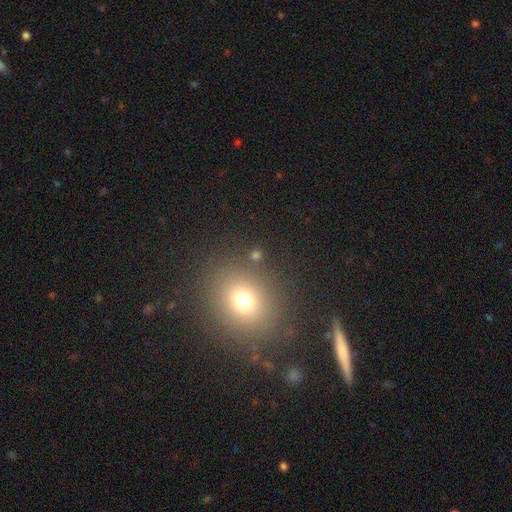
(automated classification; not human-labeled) smooth_or_featured: smooth (p=0.66) [alt: star or artifact p=0.24]
how_rounded: round (p=0.73) [alt: in between p=0.25]
merging: none (p=0.83) [alt: minor disturbance p=0.08]